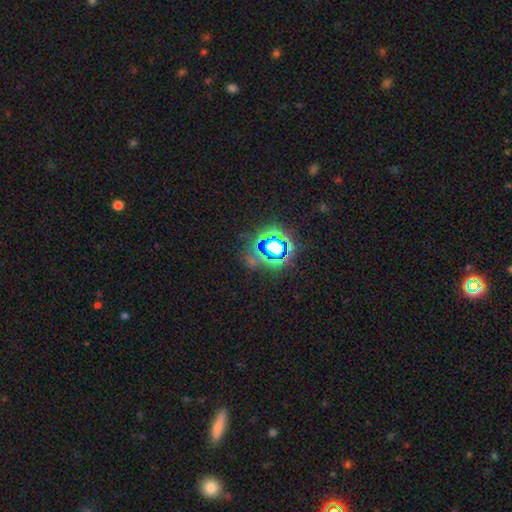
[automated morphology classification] Smooth or featured? Predicted: star or artifact (p=0.78).